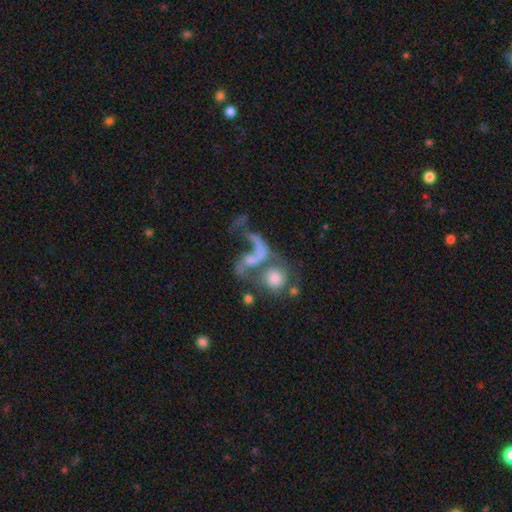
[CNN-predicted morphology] Smooth or featured: featured or disk — 62% (smooth — 26%)
Edge-on disk: no — 96% (yes — 4%)
Bar: no — 64% (weak — 25%)
Spiral arms: yes — 66% (no — 34%)
Bulge size: none — 35% (small — 30%)
Merging: merger — 46% (major disturbance — 26%)